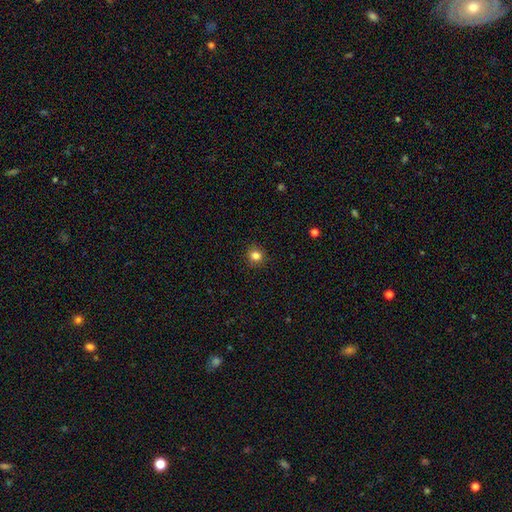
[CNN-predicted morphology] Q: Smooth or featured?
A: smooth (83%); runner-up: star or artifact (12%)
Q: How rounded?
A: round (91%); runner-up: in between (8%)
Q: Merging?
A: none (91%); runner-up: minor disturbance (6%)